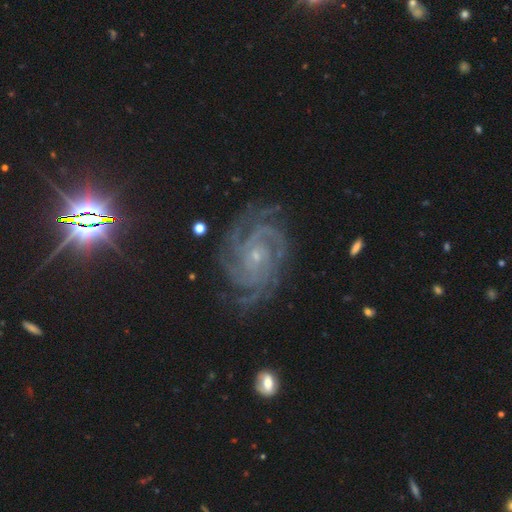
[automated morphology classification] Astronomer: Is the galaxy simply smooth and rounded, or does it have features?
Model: featured or disk — 87%.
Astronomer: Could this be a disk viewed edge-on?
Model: no — 97%.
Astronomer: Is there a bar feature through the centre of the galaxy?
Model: no — 67%.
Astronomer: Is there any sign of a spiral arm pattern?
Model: yes — 99%.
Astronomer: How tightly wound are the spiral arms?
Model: tight — 76%.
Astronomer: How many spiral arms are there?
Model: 4 — 24% (runner-up: 3, 22%).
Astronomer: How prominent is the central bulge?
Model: small — 78%.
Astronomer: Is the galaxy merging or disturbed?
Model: none — 80%.